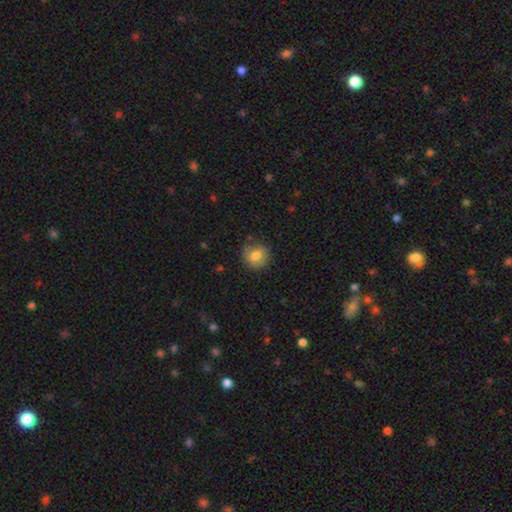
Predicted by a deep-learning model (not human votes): smooth-or-featured: smooth: 81% | featured or disk: 10% | star or artifact: 9%
  how-rounded: round: 89% | in between: 10% | cigar-shaped: 1%
  merging: none: 78% | minor disturbance: 17% | major disturbance: 4% | merger: 1%